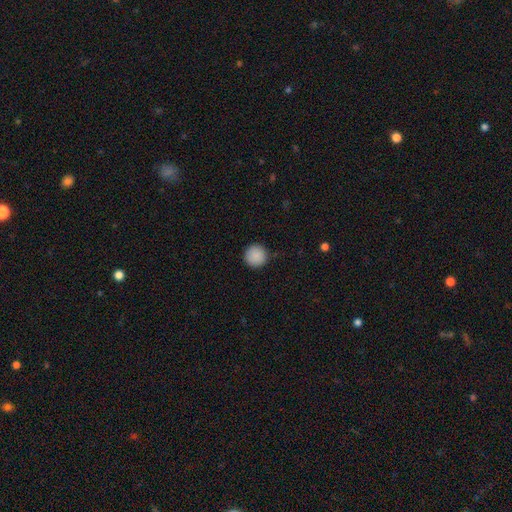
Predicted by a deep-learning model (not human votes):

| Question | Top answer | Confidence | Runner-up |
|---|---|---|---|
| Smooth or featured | smooth | 89% | star or artifact (8%) |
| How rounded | round | 96% | in between (3%) |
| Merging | none | 90% | minor disturbance (7%) |